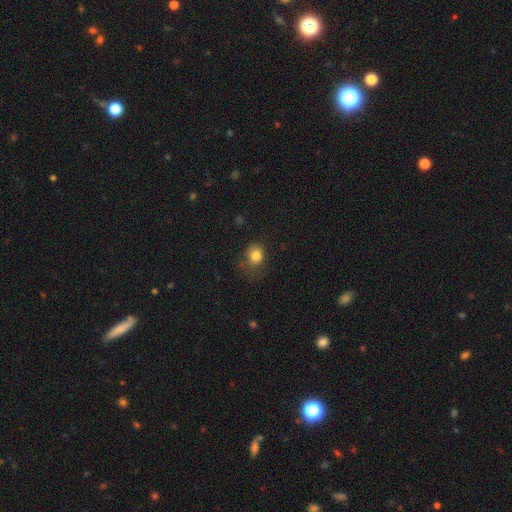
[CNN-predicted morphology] smooth_or_featured: smooth (p=0.81) [alt: star or artifact p=0.11]
how_rounded: round (p=0.61) [alt: in between p=0.38]
merging: none (p=0.56) [alt: minor disturbance p=0.27]